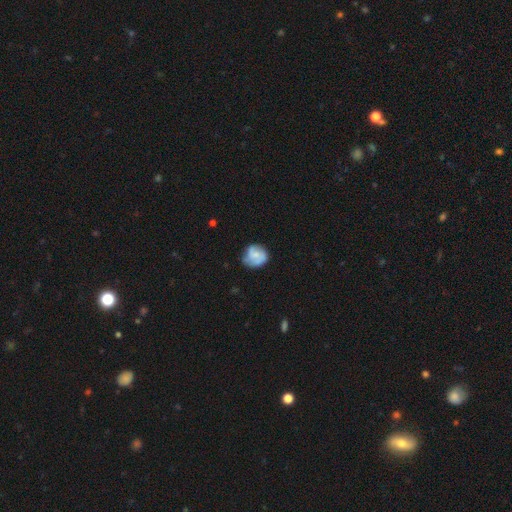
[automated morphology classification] Smooth or featured?
  - smooth: 47% *
  - featured or disk: 45%
  - star or artifact: 8%
Merging?
  - none: 60% *
  - minor disturbance: 27%
  - major disturbance: 11%
  - merger: 3%